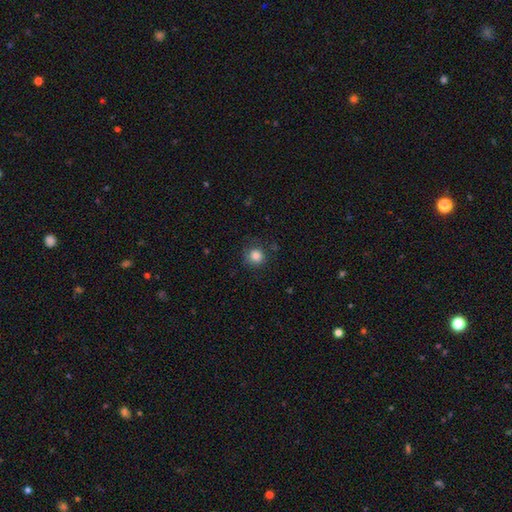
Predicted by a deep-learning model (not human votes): Smooth or featured?
  - smooth: 84% *
  - star or artifact: 11%
  - featured or disk: 5%
How rounded?
  - round: 92% *
  - in between: 7%
  - cigar-shaped: 1%
Merging?
  - none: 84% *
  - minor disturbance: 11%
  - major disturbance: 3%
  - merger: 1%